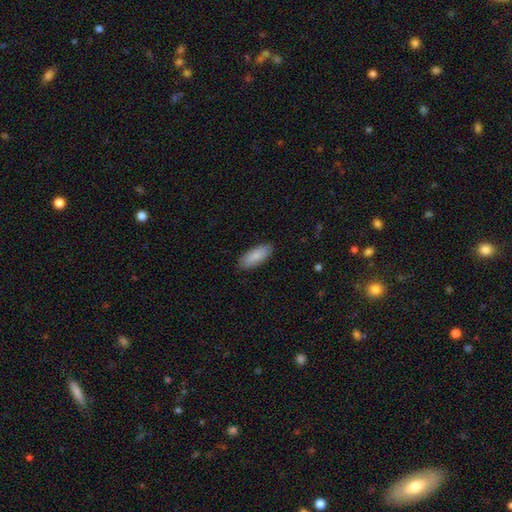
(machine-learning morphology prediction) Smooth or featured? smooth (87%)
How rounded? in between (81%)
Merging? none (86%)